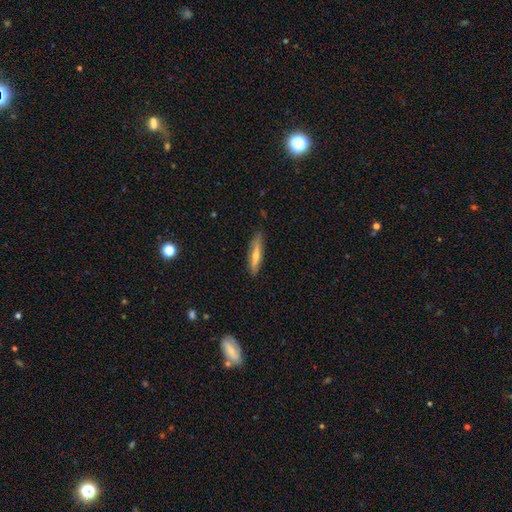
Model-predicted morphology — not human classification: smooth-or-featured: smooth: 50% | featured or disk: 43% | star or artifact: 7%
  merging: none: 84% | minor disturbance: 12% | major disturbance: 2% | merger: 1%